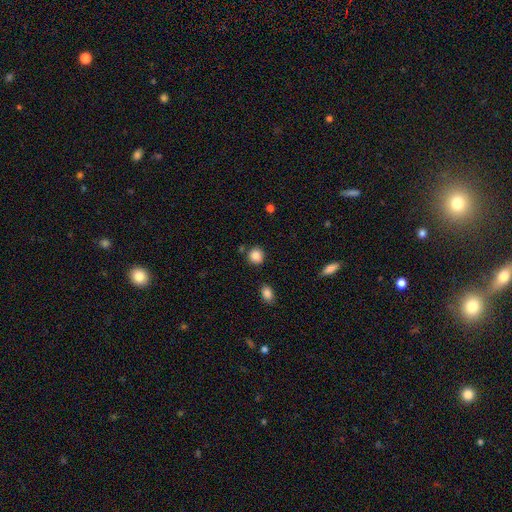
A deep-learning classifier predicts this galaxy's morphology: Overall: smooth (86%). How rounded: round (87%). Merging: none (84%).